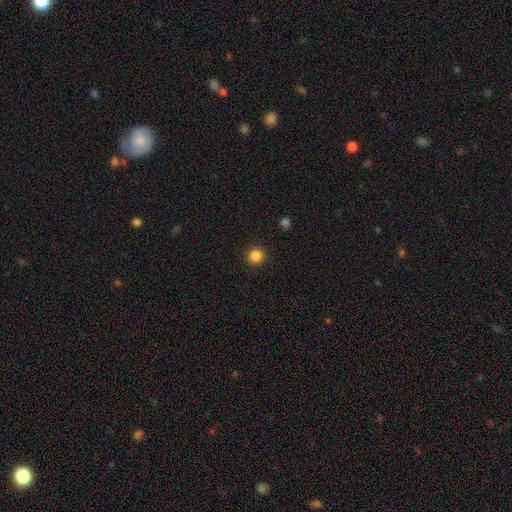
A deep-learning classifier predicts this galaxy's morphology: The model was most divided on "smooth or featured": smooth: 86%, star or artifact: 11%, featured or disk: 3%. More confident: how rounded — round (94%); merging — none (92%).